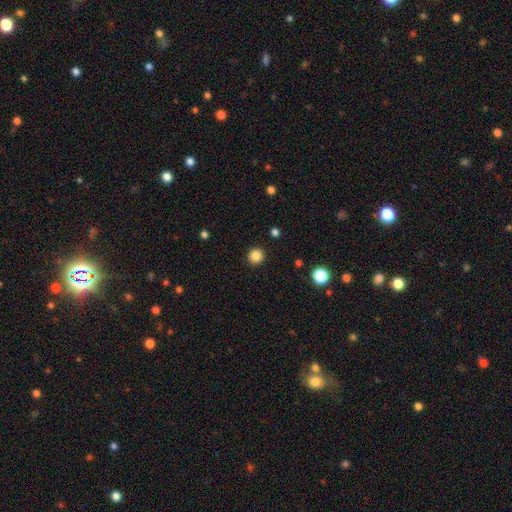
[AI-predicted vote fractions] smooth_or_featured: smooth (p=0.86) [alt: star or artifact p=0.11]
how_rounded: round (p=0.94) [alt: in between p=0.05]
merging: none (p=0.92) [alt: minor disturbance p=0.05]